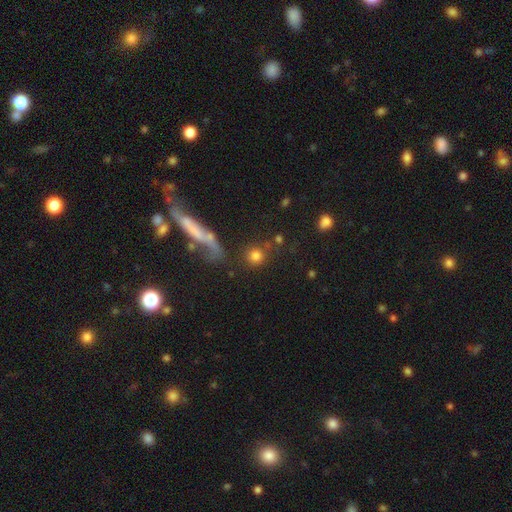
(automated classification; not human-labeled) Smooth or featured: smooth — 78% (star or artifact — 12%)
How rounded: round — 87% (in between — 9%)
Merging: none — 71% (merger — 11%)